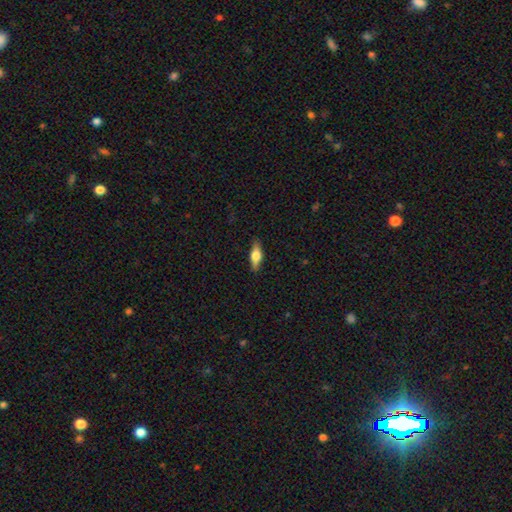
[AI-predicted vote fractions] Smooth or featured? Predicted: smooth (p=0.50). How rounded? Predicted: in between (p=0.56). Merging? Predicted: none (p=0.87).